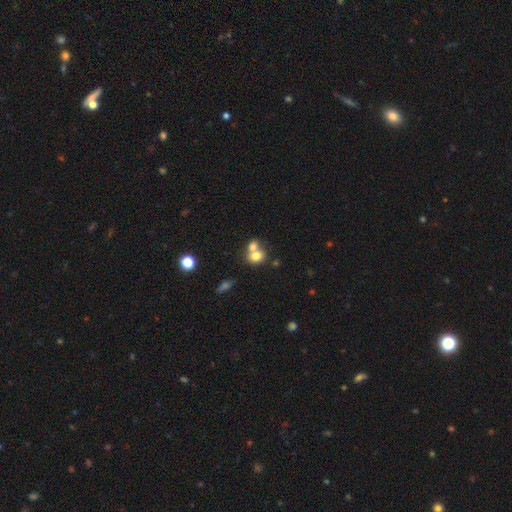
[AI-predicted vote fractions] A smooth galaxy with no disk features (75%) that is round (54%).

Vote fractions:
- Smooth or featured? smooth: 75% / featured or disk: 15% / star or artifact: 10%
- How rounded? round: 54% / in between: 45% / cigar-shaped: 1%
- Merging? merger: 62% / none: 28% / minor disturbance: 7% / major disturbance: 3%